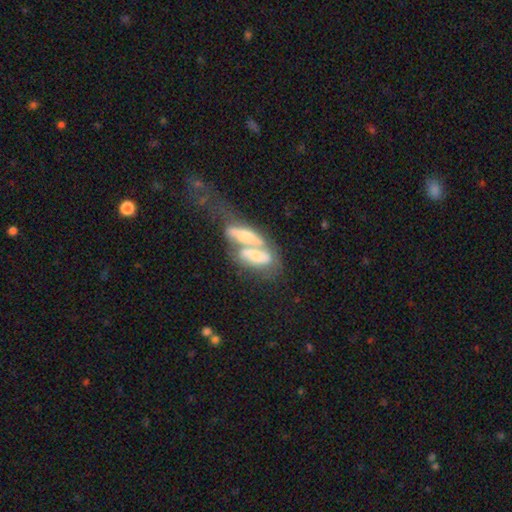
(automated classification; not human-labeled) Smooth or featured? Predicted: featured or disk (p=0.48). Merging? Predicted: merger (p=0.72).